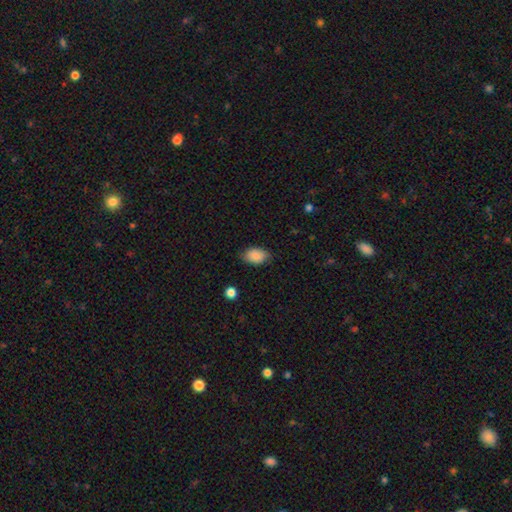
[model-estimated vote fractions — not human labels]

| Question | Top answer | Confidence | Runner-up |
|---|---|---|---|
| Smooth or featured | smooth | 88% | star or artifact (7%) |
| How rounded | in between | 89% | round (10%) |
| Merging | none | 78% | minor disturbance (18%) |